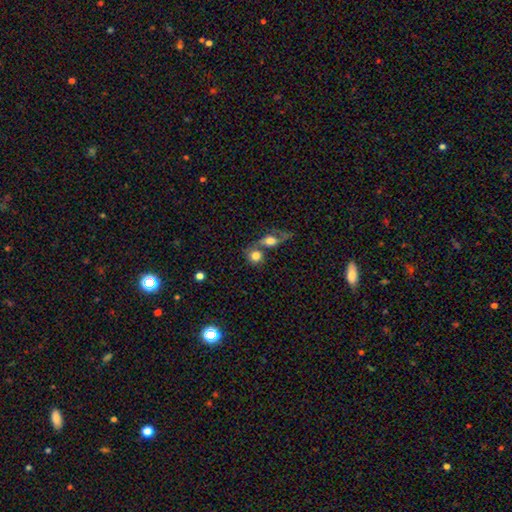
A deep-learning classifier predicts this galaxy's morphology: Smooth or featured? smooth (74%)
How rounded? round (75%)
Merging? merger (53%)